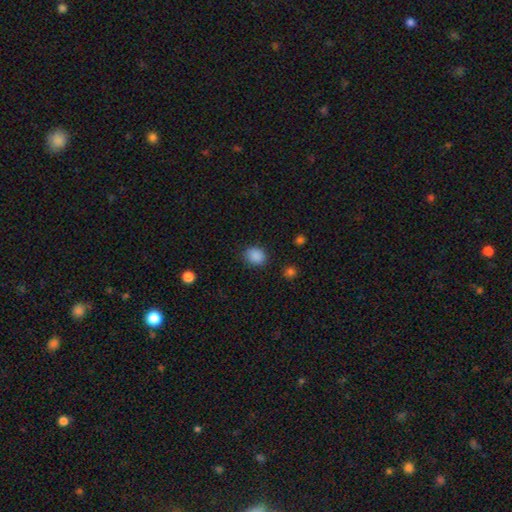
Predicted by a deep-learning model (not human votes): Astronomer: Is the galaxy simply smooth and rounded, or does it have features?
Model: smooth — 87%.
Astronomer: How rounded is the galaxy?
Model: round — 59% (runner-up: in between, 40%).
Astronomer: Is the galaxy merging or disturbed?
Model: none — 84%.